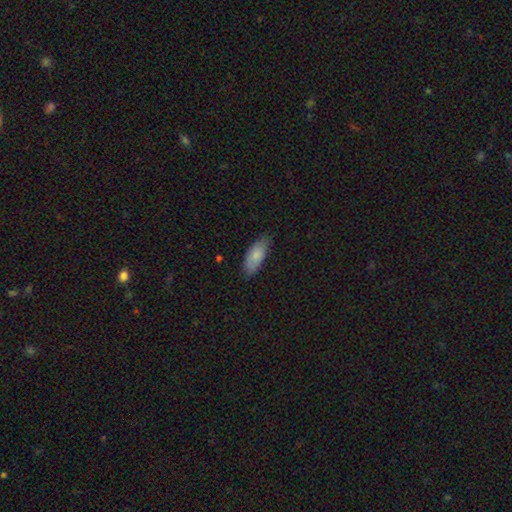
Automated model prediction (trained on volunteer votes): smooth-or-featured: smooth: 82% | featured or disk: 12% | star or artifact: 6%
  how-rounded: in between: 83% | cigar-shaped: 15% | round: 2%
  merging: none: 74% | minor disturbance: 21% | major disturbance: 3% | merger: 1%